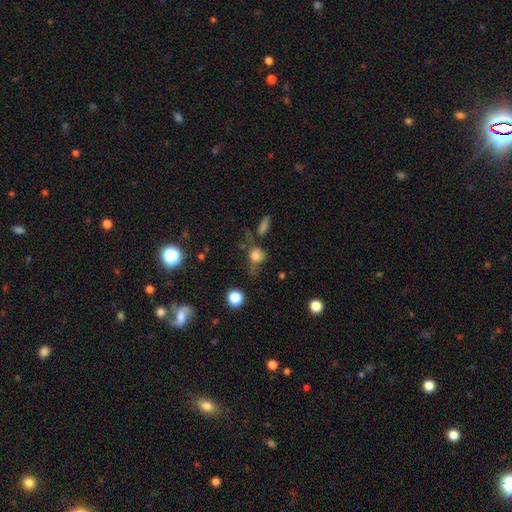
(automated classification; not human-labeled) Overall: smooth (70%). How rounded: round (67%; in between 31%). Merging: none (43%; minor disturbance 23%).